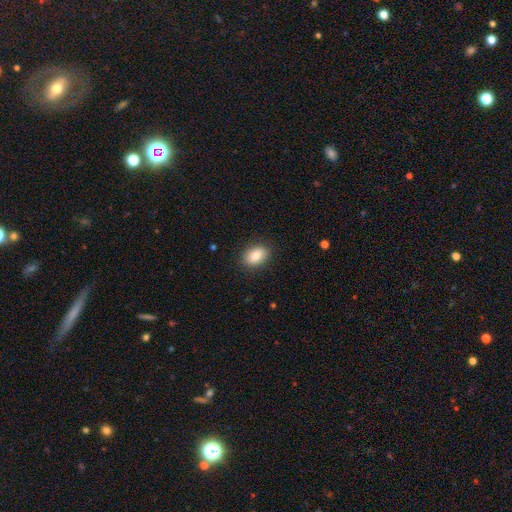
This appears to be a smooth galaxy with no disk features (92%) that is in between round and cigar-shaped (80%). Merging: none (84%).